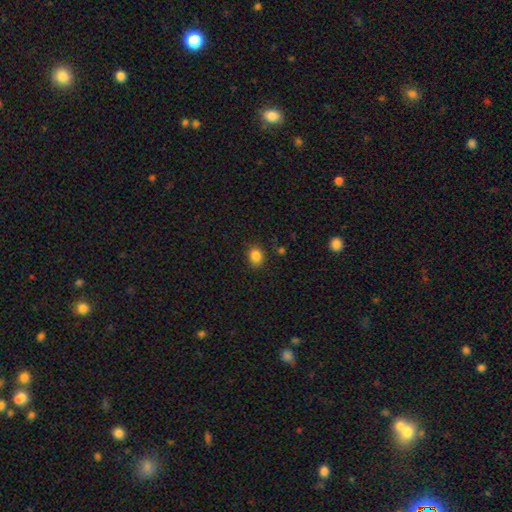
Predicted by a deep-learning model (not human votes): smooth-or-featured: smooth: 85% | star or artifact: 11% | featured or disk: 4%
  how-rounded: round: 57% | in between: 42% | cigar-shaped: 1%
  merging: none: 85% | minor disturbance: 11% | major disturbance: 3% | merger: 2%